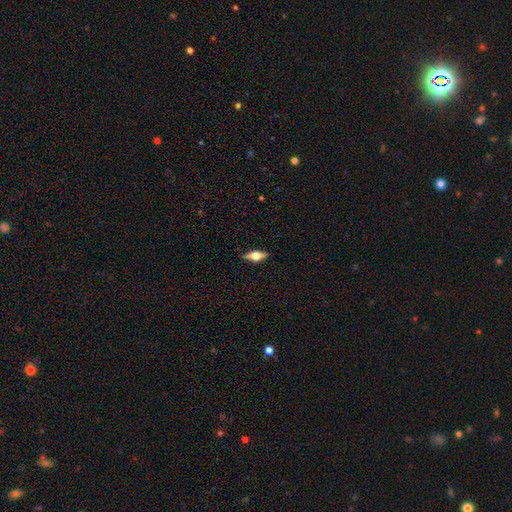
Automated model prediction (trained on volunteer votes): A featured or disk galaxy (58%) viewed edge-on (93%) with a rounded central bulge (95%).

Vote fractions:
- Smooth or featured? featured or disk: 58% / smooth: 35% / star or artifact: 7%
- Edge-on disk? yes: 93% / no: 7%
- Edge-on bulge? rounded: 95% / boxy: 4% / none: 1%
- Merging? none: 87% / minor disturbance: 10% / major disturbance: 2% / merger: 1%